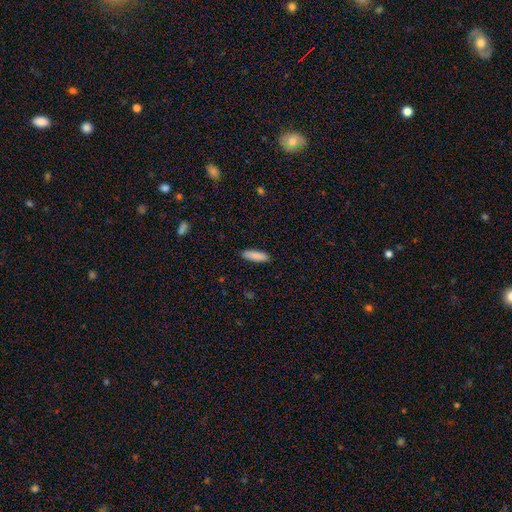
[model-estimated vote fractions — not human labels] A smooth galaxy with no disk features (88%) that is cigar-shaped (62%). Merging: none (89%).